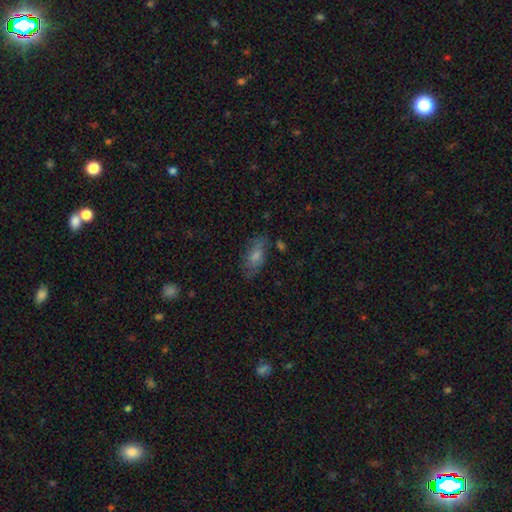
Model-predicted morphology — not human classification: smooth-or-featured: smooth: 69% | featured or disk: 22% | star or artifact: 9%
  how-rounded: in between: 84% | cigar-shaped: 13% | round: 4%
  merging: none: 66% | minor disturbance: 22% | major disturbance: 8% | merger: 3%